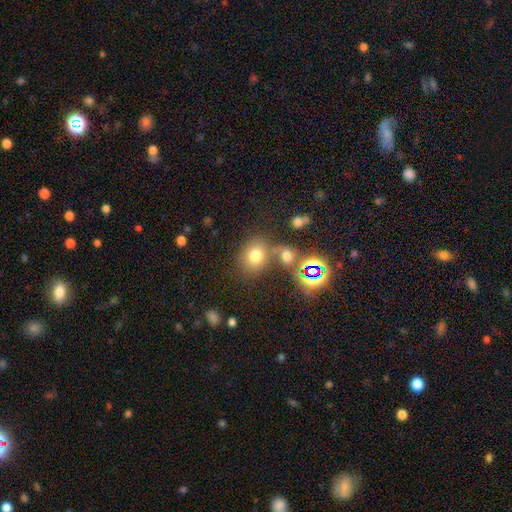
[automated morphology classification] This appears to be a smooth galaxy with no disk features (70%) that is round (61%). Merging: none (61%).